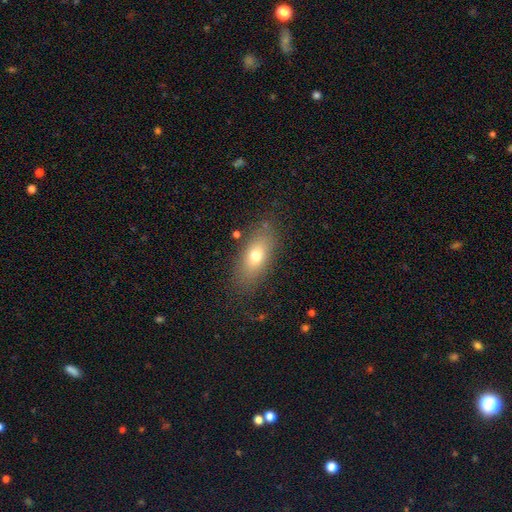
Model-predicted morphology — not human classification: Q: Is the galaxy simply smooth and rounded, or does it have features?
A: smooth — 71%.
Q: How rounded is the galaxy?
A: in between — 79%.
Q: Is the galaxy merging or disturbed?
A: none — 81%.